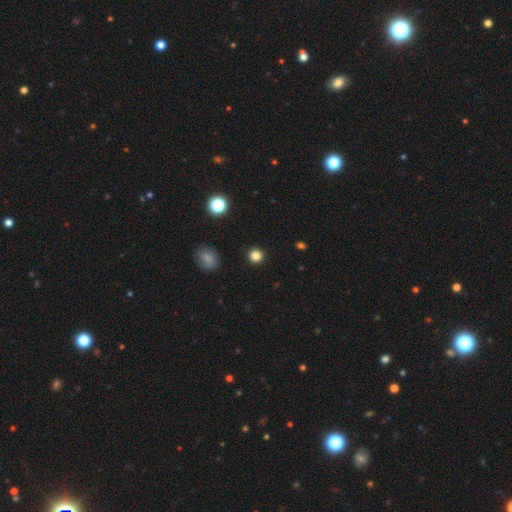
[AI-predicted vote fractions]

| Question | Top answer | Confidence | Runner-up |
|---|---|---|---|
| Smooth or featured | smooth | 83% | star or artifact (13%) |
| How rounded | round | 93% | in between (6%) |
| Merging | none | 92% | minor disturbance (5%) |